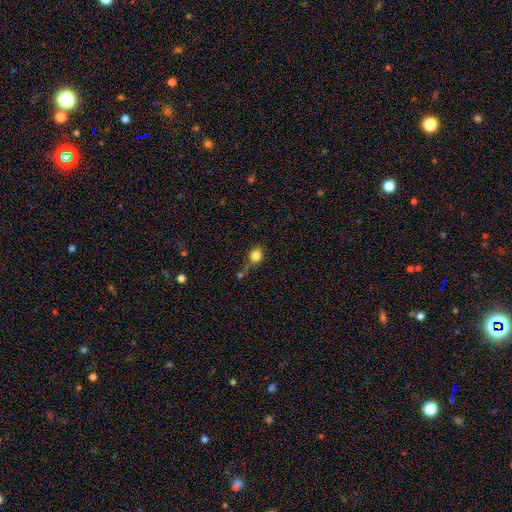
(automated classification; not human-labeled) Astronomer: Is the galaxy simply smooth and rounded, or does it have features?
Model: smooth — 82%.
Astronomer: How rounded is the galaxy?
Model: round — 65%.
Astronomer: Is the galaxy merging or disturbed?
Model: none — 58%.